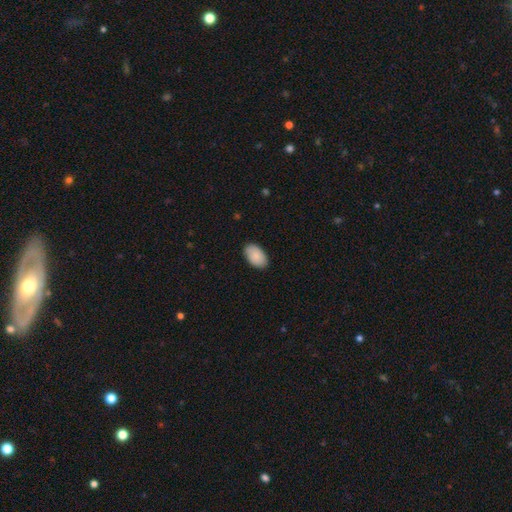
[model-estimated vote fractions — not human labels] smooth 89%, star or artifact 6%, featured or disk 5%. Down the decision tree: how rounded — in between (94%); merging — none (86%).